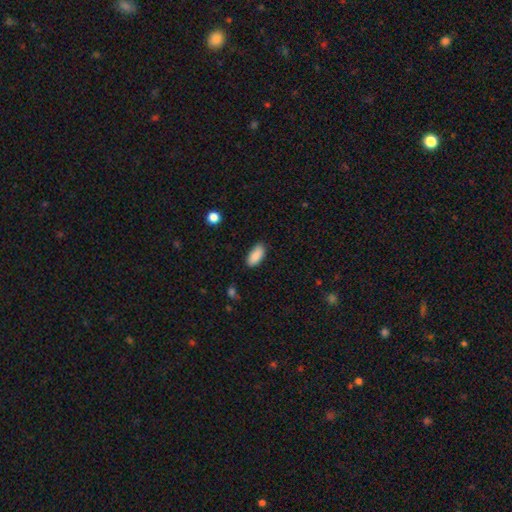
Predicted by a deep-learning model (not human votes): This appears to be a smooth galaxy with no disk features (89%) that is in between round and cigar-shaped (89%). Merging: none (83%).